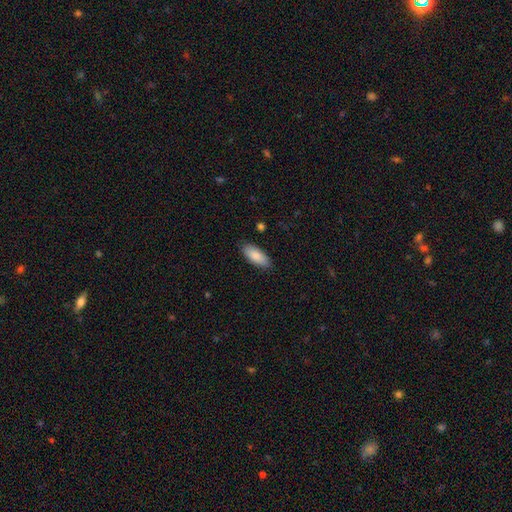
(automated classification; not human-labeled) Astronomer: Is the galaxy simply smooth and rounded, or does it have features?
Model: smooth — 87%.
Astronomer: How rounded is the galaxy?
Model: in between — 85%.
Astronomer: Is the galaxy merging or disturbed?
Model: none — 85%.